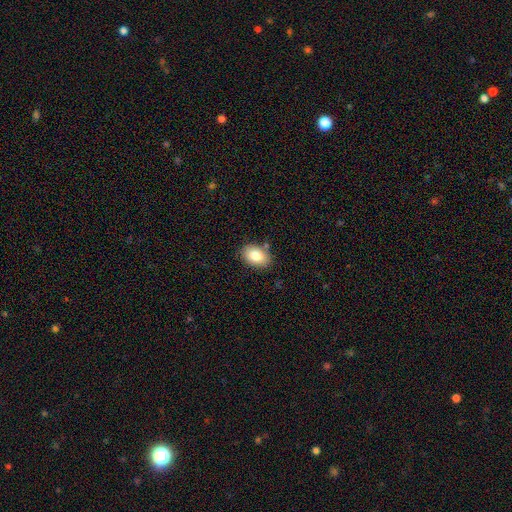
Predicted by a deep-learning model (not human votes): Smooth or featured?
  - smooth: 81% *
  - featured or disk: 11%
  - star or artifact: 8%
How rounded?
  - in between: 82% *
  - round: 17%
  - cigar-shaped: 1%
Merging?
  - none: 82% *
  - minor disturbance: 12%
  - merger: 4%
  - major disturbance: 3%